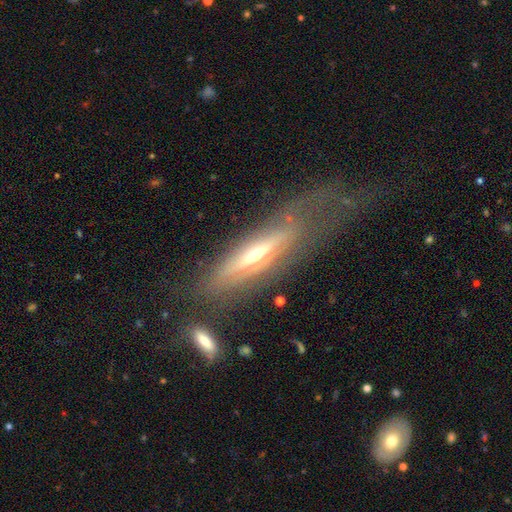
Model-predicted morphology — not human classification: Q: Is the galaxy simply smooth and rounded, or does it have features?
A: featured or disk — 69%.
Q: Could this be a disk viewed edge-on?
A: yes — 74%.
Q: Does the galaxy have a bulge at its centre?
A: rounded — 83%.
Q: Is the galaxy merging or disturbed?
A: none — 39%.